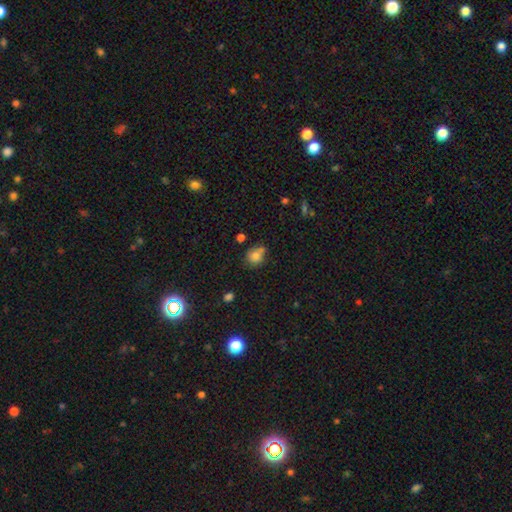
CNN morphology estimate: Smooth or featured?
  - smooth: 77% *
  - star or artifact: 12%
  - featured or disk: 11%
How rounded?
  - round: 67% *
  - in between: 32%
  - cigar-shaped: 1%
Merging?
  - none: 51% *
  - minor disturbance: 23%
  - merger: 19%
  - major disturbance: 7%